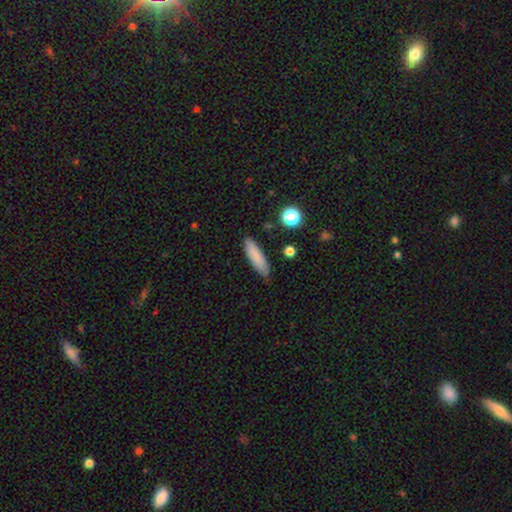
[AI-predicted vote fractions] A smooth galaxy with no disk features (83%) that is cigar-shaped (65%).

Vote fractions:
- Smooth or featured? smooth: 83% / featured or disk: 9% / star or artifact: 8%
- How rounded? cigar-shaped: 65% / in between: 33% / round: 2%
- Merging? none: 83% / minor disturbance: 13% / major disturbance: 2% / merger: 2%